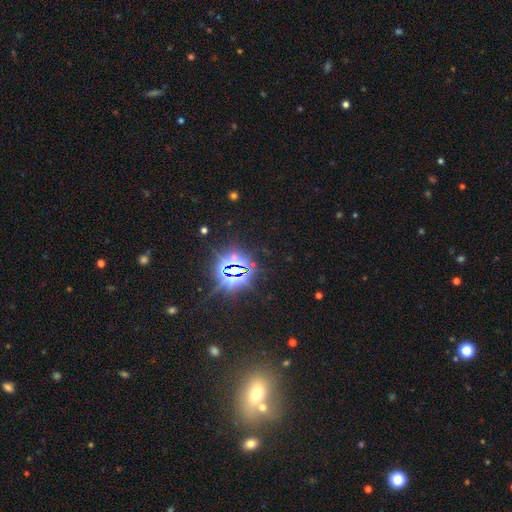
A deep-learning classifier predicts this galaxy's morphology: smooth_or_featured: star or artifact (p=0.81) [alt: smooth p=0.12]